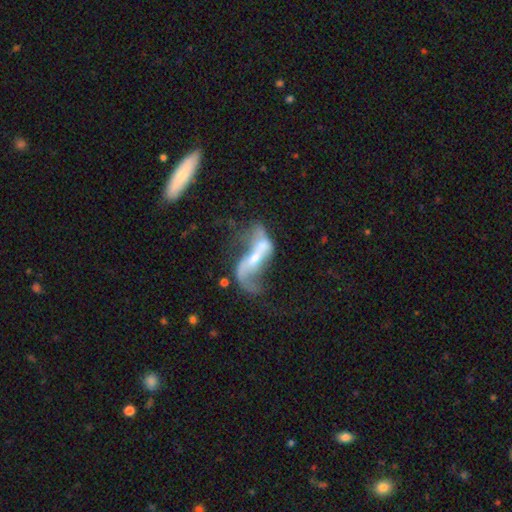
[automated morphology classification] Smooth or featured: featured or disk — 73% (smooth — 19%)
Edge-on disk: no — 92% (yes — 8%)
Bar: no — 44% (weak — 33%)
Spiral arms: yes — 73% (no — 27%)
Bulge size: small — 43% (moderate — 39%)
Merging: merger — 42% (major disturbance — 24%)